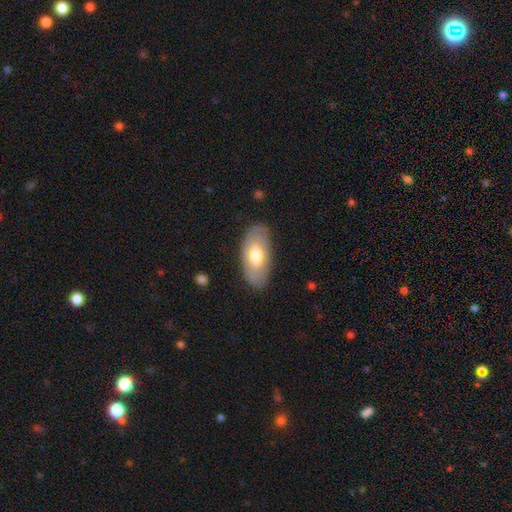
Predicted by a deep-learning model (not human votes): This appears to be a smooth galaxy with no disk features (57%) that is in between round and cigar-shaped (92%). Merging: none (83%).